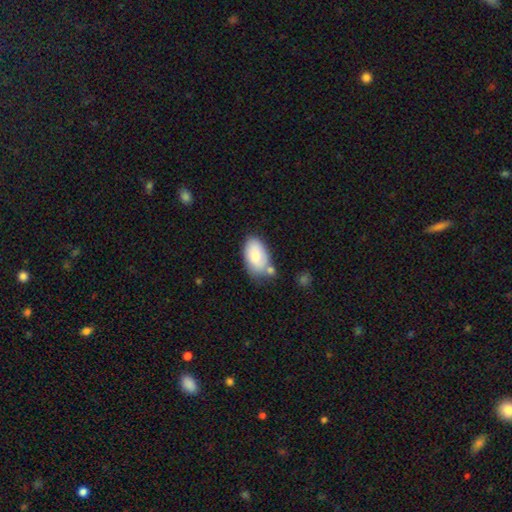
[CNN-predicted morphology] A smooth galaxy with no disk features (75%) that is in between round and cigar-shaped (94%).

Vote fractions:
- Smooth or featured? smooth: 75% / featured or disk: 19% / star or artifact: 6%
- How rounded? in between: 94% / round: 5% / cigar-shaped: 1%
- Merging? none: 57% / minor disturbance: 21% / merger: 17% / major disturbance: 5%